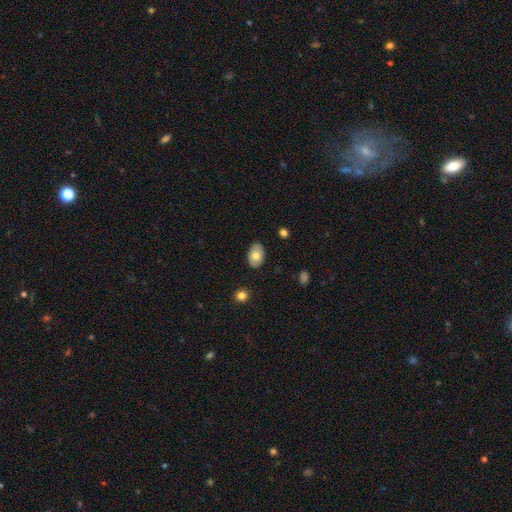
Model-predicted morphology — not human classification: The model was most divided on "smooth or featured": smooth: 71%, featured or disk: 22%, star or artifact: 7%. More confident: how rounded — in between (89%); merging — none (85%).